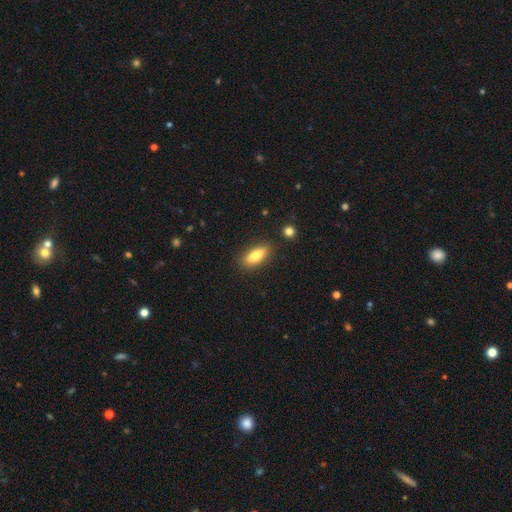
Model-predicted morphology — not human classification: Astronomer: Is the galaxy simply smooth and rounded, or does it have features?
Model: smooth — 75%.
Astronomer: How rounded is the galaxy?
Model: in between — 70%.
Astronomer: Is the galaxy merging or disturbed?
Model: none — 86%.